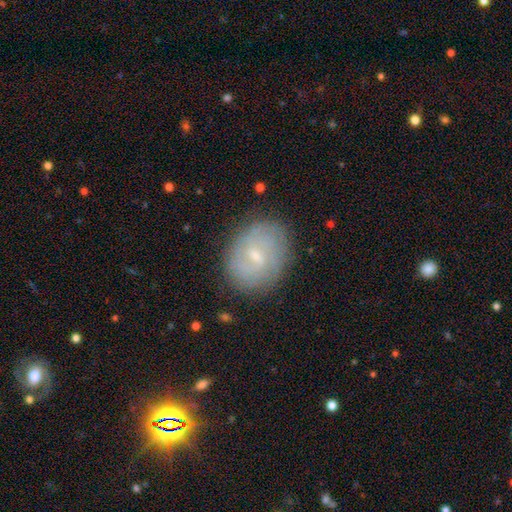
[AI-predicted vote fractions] This is possibly a featured or disk galaxy (57%). It is clearly not viewed edge-on (96%). Bar: possibly weak (59%). Spiral arm pattern: likely yes (76%). Central bulge: likely small (63%). Merging: likely none (80%).